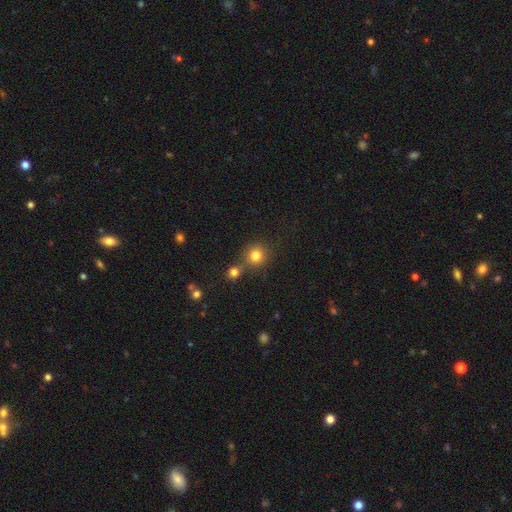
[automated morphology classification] smooth 80%, star or artifact 13%, featured or disk 6%. Down the decision tree: how rounded — round (91%); merging — none (69%).